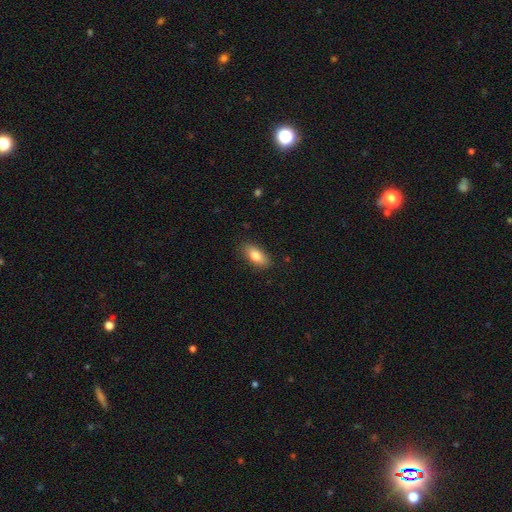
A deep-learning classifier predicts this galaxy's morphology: Smooth or featured? smooth (80%)
How rounded? in between (83%)
Merging? none (86%)